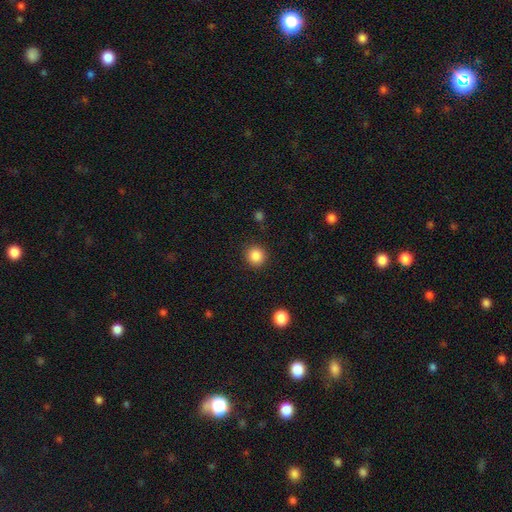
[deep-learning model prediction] Smooth or featured: smooth — 86% (star or artifact — 10%)
How rounded: round — 93% (in between — 6%)
Merging: none — 91% (minor disturbance — 6%)